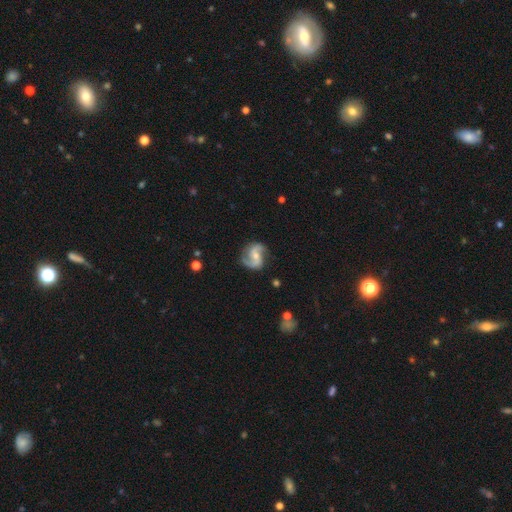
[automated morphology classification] A featured or disk galaxy (88%) with no bar (44%), 2 (93%) medium (48%) spiral arms (97%) and a small central bulge (52%).

Vote fractions:
- Smooth or featured? featured or disk: 88% / smooth: 7% / star or artifact: 5%
- Edge-on disk? no: 98% / yes: 2%
- Bar? no: 44% / weak: 41% / strong: 15%
- Spiral arms? yes: 97% / no: 3%
- Spiral winding? medium: 48% / loose: 39% / tight: 13%
- Spiral arm count? 2: 93% / can't tell: 2% / 1: 2% / 3: 1% / 4: 1% / more than 4: 1%
- Bulge size? small: 52% / moderate: 42% / none: 4% / large: 2% / dominant: 1%
- Merging? none: 80% / minor disturbance: 14% / major disturbance: 5% / merger: 2%